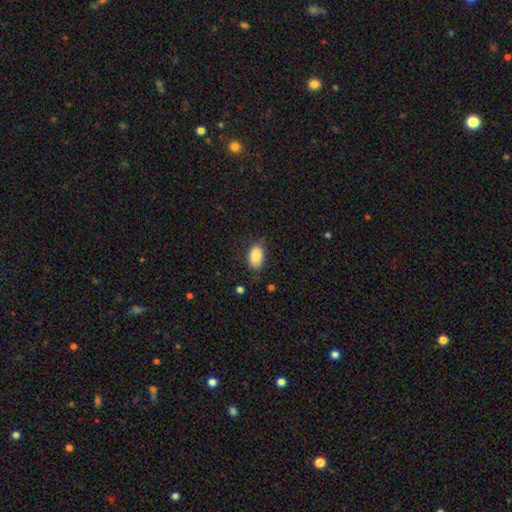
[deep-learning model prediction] A smooth galaxy with no disk features (86%) that is in between round and cigar-shaped (89%). Merging: none (68%).